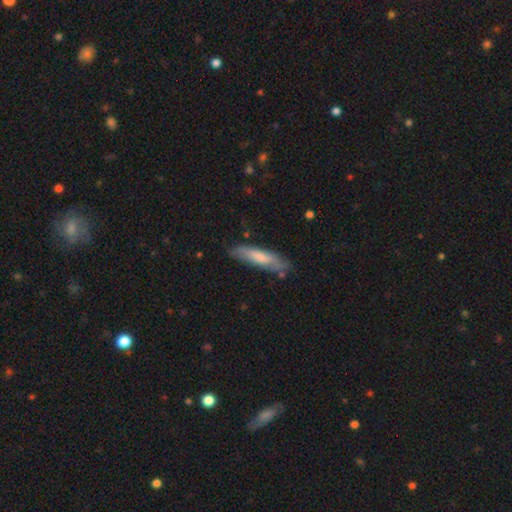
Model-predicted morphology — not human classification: Smooth or featured: smooth — 61% (featured or disk — 32%)
How rounded: cigar-shaped — 77% (in between — 22%)
Merging: none — 76% (minor disturbance — 18%)